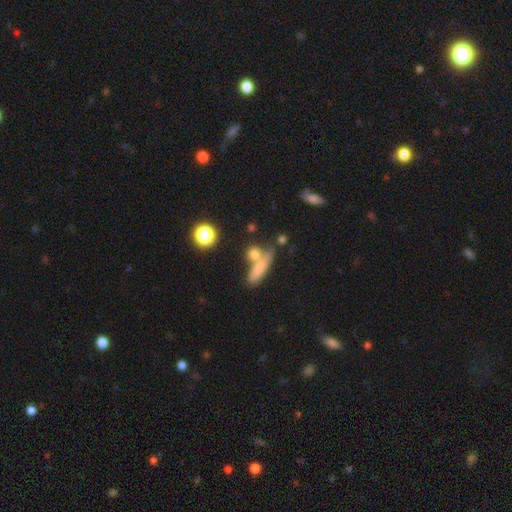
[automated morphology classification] smooth-or-featured: smooth: 69% | featured or disk: 18% | star or artifact: 13%
  how-rounded: cigar-shaped: 45% | in between: 33% | round: 22%
  merging: none: 51% | merger: 29% | minor disturbance: 13% | major disturbance: 6%